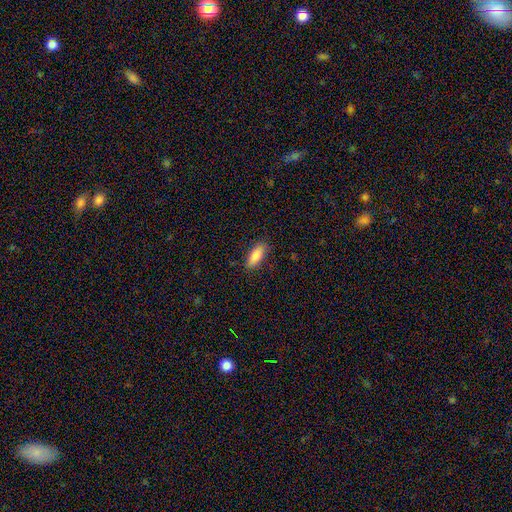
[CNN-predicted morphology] Smooth or featured? Predicted: smooth (p=0.85). How rounded? Predicted: in between (p=0.77). Merging? Predicted: none (p=0.83).